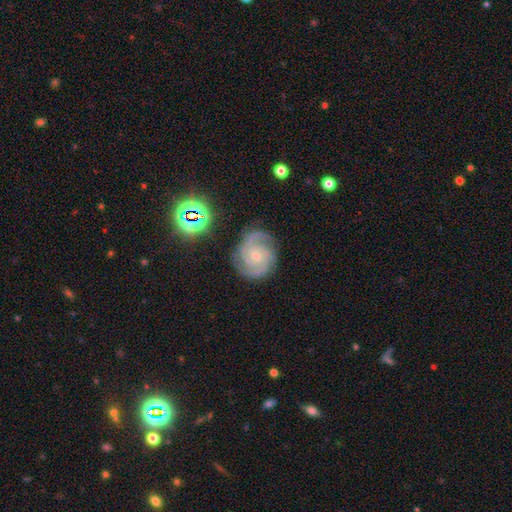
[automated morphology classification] This appears to be a featured or disk galaxy (88%) with no bar (67%), 2 (43%) tight (60%) spiral arms (98%) and a small central bulge (73%). Merging: none (77%).